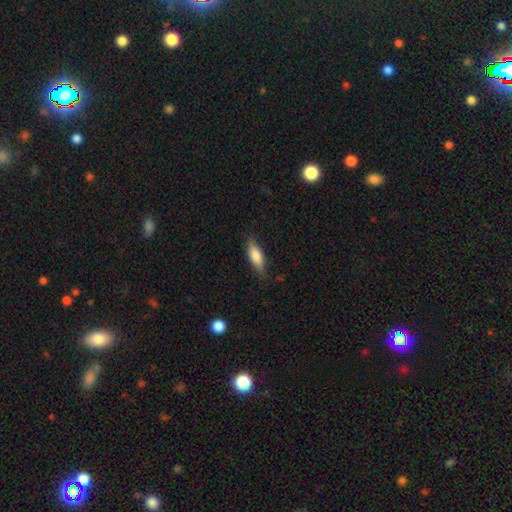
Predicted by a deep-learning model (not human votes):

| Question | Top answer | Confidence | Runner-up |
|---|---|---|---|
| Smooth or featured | smooth | 80% | featured or disk (13%) |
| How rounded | in between | 65% | cigar-shaped (32%) |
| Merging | none | 78% | minor disturbance (17%) |